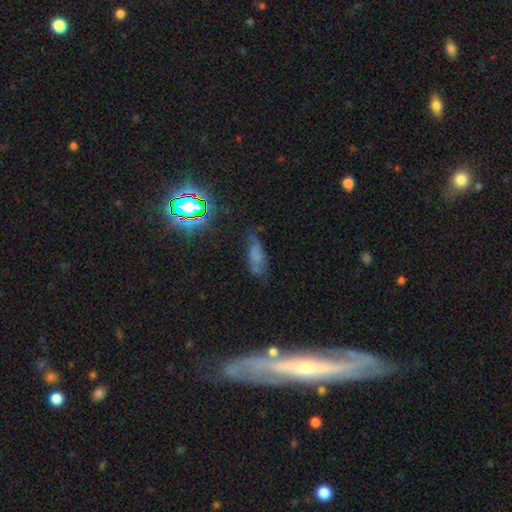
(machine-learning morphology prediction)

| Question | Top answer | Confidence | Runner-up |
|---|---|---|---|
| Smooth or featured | smooth | 49% | featured or disk (26%) |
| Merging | none | 51% | minor disturbance (28%) |